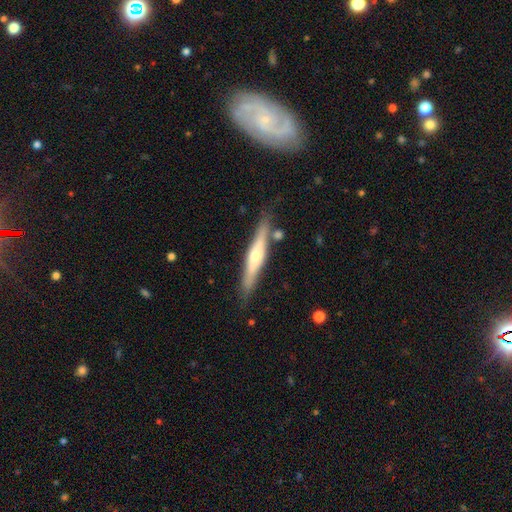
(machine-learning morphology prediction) Smooth or featured?
  - featured or disk: 63% *
  - smooth: 31%
  - star or artifact: 6%
Edge-on disk?
  - yes: 94% *
  - no: 6%
Edge-on bulge?
  - rounded: 84% *
  - none: 10%
  - boxy: 6%
Merging?
  - none: 81% *
  - minor disturbance: 12%
  - merger: 4%
  - major disturbance: 3%